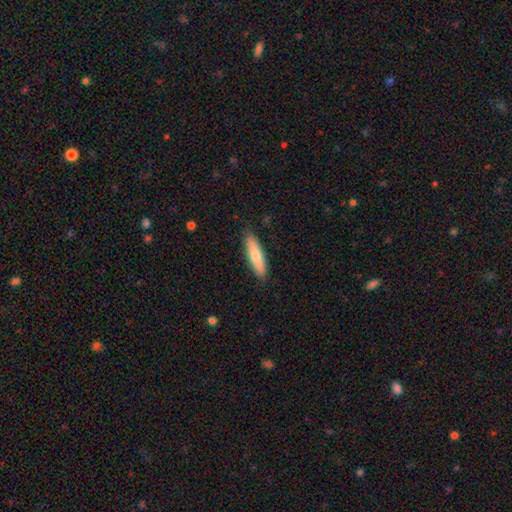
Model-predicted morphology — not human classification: Smooth or featured? smooth (73%)
How rounded? cigar-shaped (73%)
Merging? none (88%)